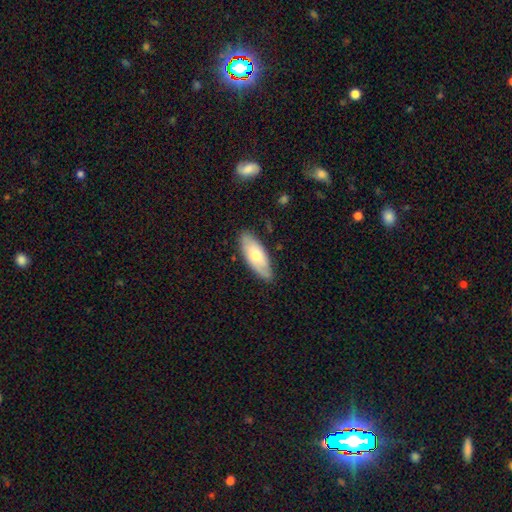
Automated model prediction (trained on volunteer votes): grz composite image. It shows a smooth galaxy with no disk features (63%) that is in between round and cigar-shaped (82%). Merging: none (81%).